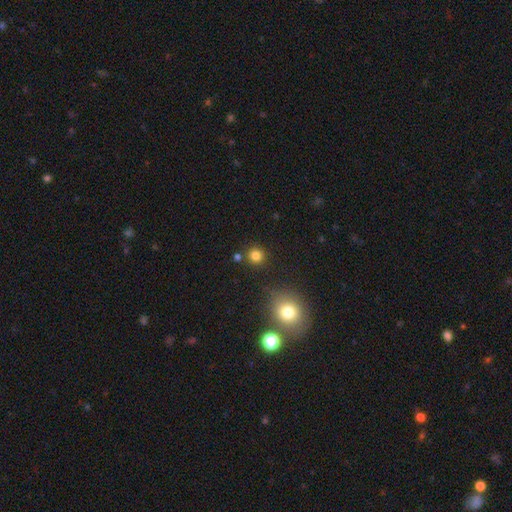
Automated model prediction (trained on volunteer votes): Morphology: type=smooth (81%); roundness=round (93%); merging=none (86%).